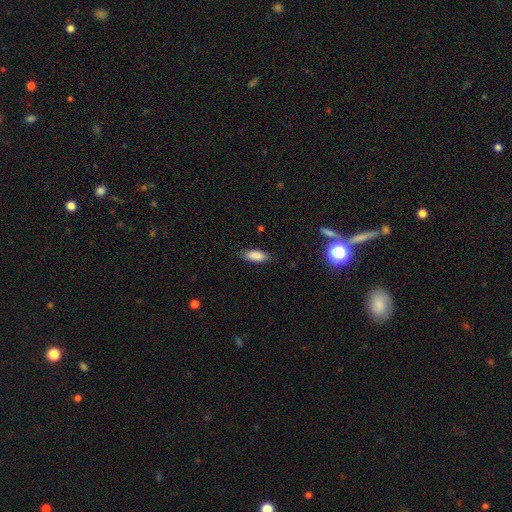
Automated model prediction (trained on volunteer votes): A smooth galaxy with no disk features (87%) that is in between round and cigar-shaped (74%).

Vote fractions:
- Smooth or featured? smooth: 87% / star or artifact: 7% / featured or disk: 6%
- How rounded? in between: 74% / cigar-shaped: 24% / round: 2%
- Merging? none: 83% / minor disturbance: 13% / major disturbance: 3% / merger: 1%